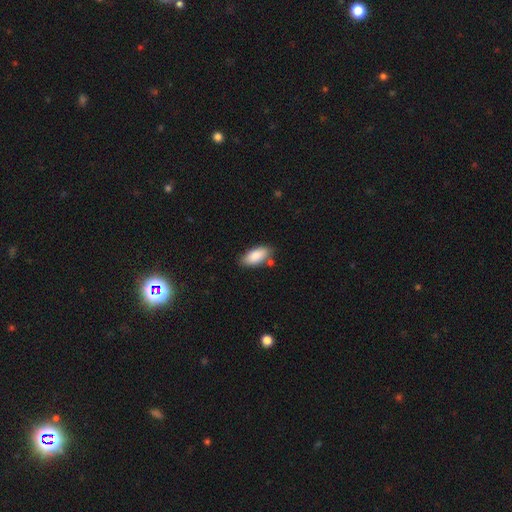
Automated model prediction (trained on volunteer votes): Overall: smooth (87%). How rounded: in between (89%). Merging: none (75%).